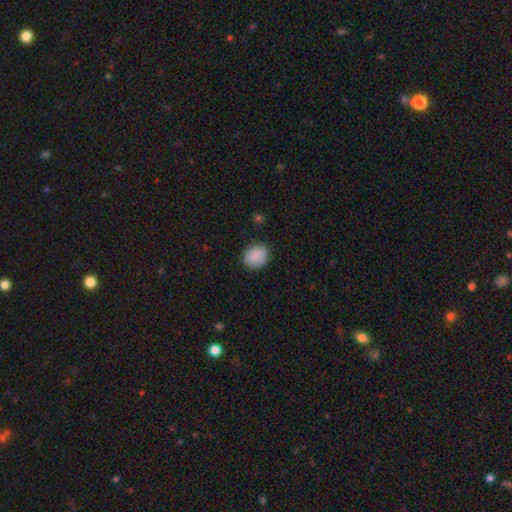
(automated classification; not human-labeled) smooth 88%, star or artifact 8%, featured or disk 4%. Down the decision tree: how rounded — round (58%); merging — none (84%).